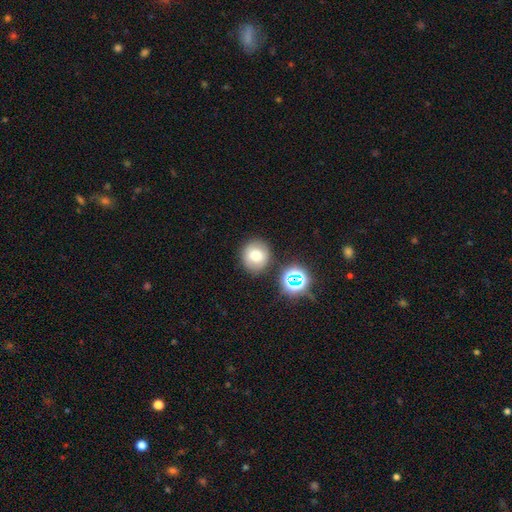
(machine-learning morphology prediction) A smooth galaxy with no disk features (71%) that is round (84%).

Vote fractions:
- Smooth or featured? smooth: 71% / star or artifact: 16% / featured or disk: 13%
- How rounded? round: 84% / in between: 15% / cigar-shaped: 1%
- Merging? none: 81% / minor disturbance: 11% / merger: 5% / major disturbance: 3%